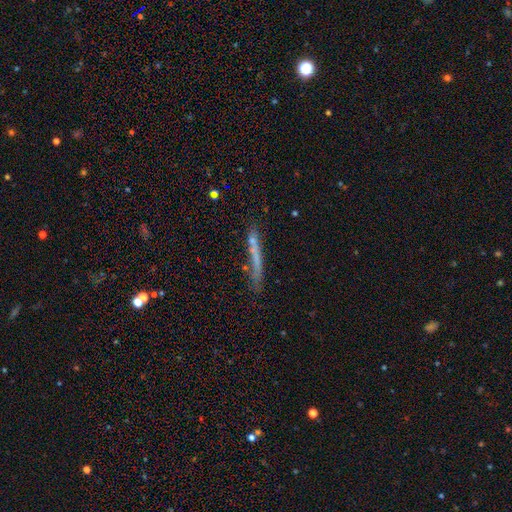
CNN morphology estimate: A smooth galaxy with no disk features (53%) that is cigar-shaped (95%).

Vote fractions:
- Smooth or featured? smooth: 53% / featured or disk: 36% / star or artifact: 10%
- How rounded? cigar-shaped: 95% / in between: 3% / round: 2%
- Merging? none: 64% / minor disturbance: 20% / major disturbance: 8% / merger: 7%